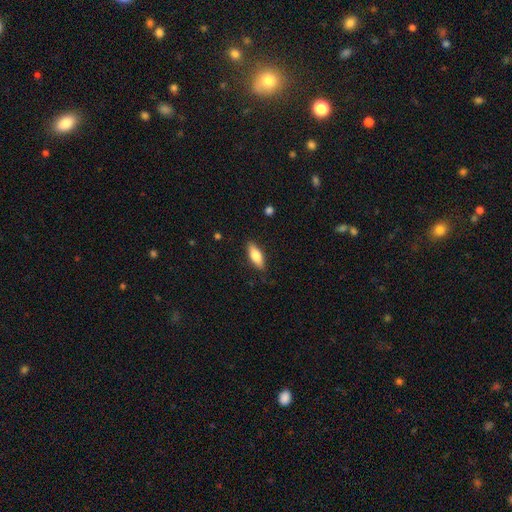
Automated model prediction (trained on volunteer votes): Morphology: type=smooth (73%); roundness=in between (69%); merging=none (86%).